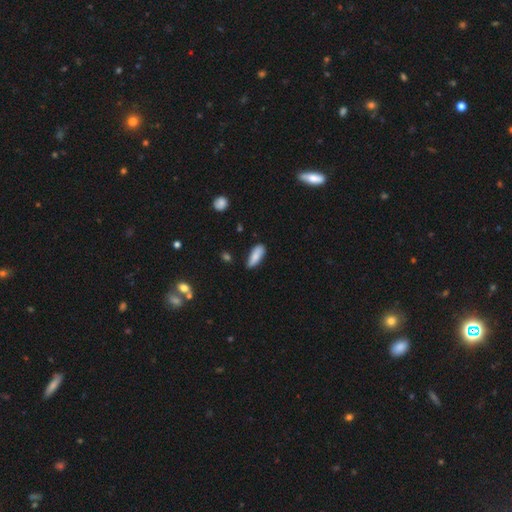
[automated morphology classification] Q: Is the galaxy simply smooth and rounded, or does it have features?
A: smooth — 83%.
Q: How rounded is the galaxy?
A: in between — 69%.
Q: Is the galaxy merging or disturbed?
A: none — 70%.